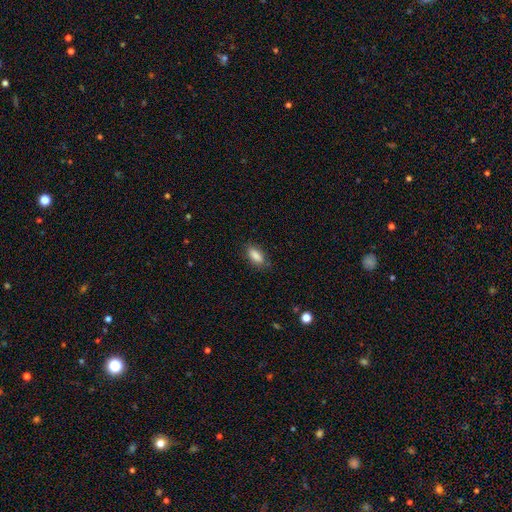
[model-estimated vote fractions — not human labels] Overall: smooth (86%). How rounded: in between (86%). Merging: none (80%).